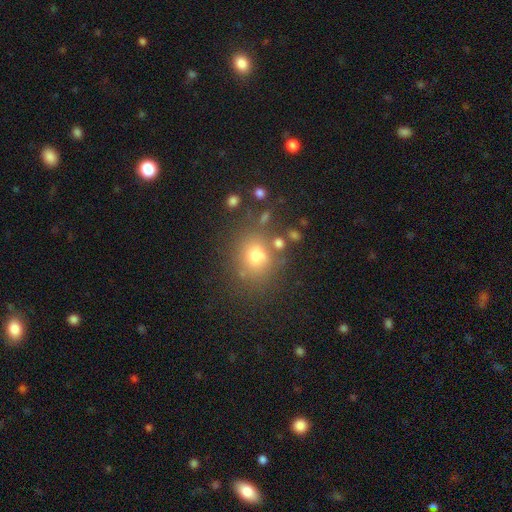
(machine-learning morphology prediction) smooth-or-featured: smooth: 70% | star or artifact: 21% | featured or disk: 9%
  how-rounded: round: 71% | in between: 28% | cigar-shaped: 1%
  merging: none: 78% | minor disturbance: 11% | merger: 7% | major disturbance: 4%